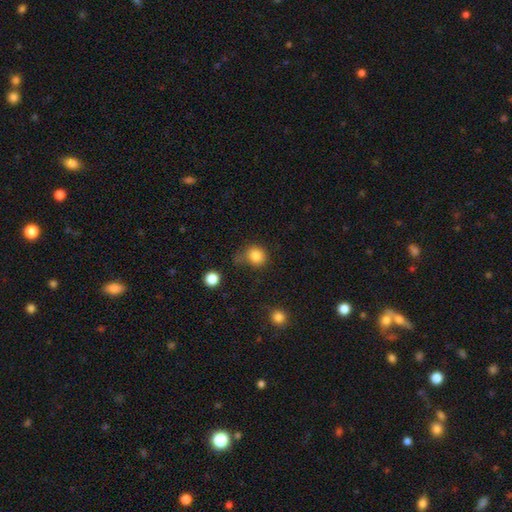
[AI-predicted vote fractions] smooth-or-featured: smooth: 84% | star or artifact: 11% | featured or disk: 5%
  how-rounded: round: 81% | in between: 18% | cigar-shaped: 1%
  merging: none: 53% | minor disturbance: 25% | major disturbance: 13% | merger: 9%